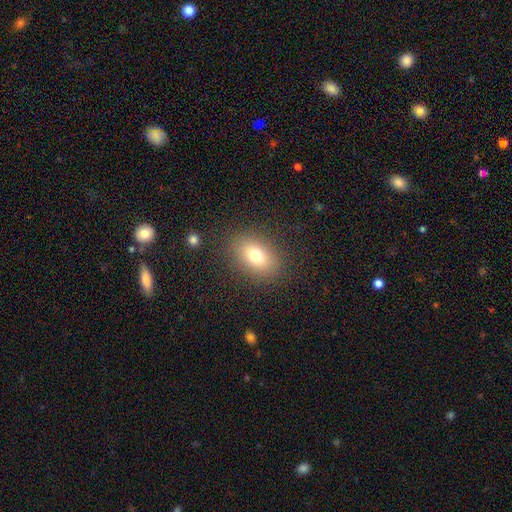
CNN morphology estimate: smooth-or-featured: smooth: 75% | featured or disk: 13% | star or artifact: 12%
  how-rounded: in between: 77% | round: 21% | cigar-shaped: 2%
  merging: none: 85% | minor disturbance: 9% | major disturbance: 4% | merger: 1%